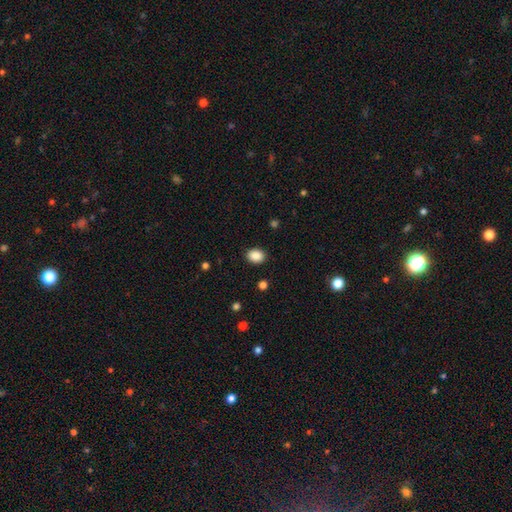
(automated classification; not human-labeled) smooth_or_featured: smooth (p=0.88) [alt: star or artifact p=0.09]
how_rounded: in between (p=0.57) [alt: round p=0.42]
merging: none (p=0.89) [alt: minor disturbance p=0.07]